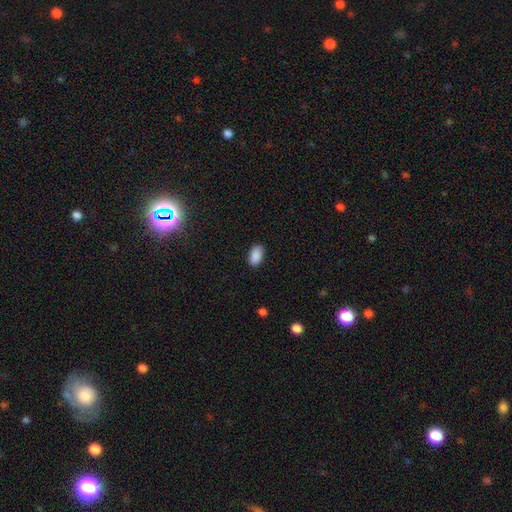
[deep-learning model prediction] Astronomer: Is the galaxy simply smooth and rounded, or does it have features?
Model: smooth — 90%.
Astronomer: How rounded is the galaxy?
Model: in between — 93%.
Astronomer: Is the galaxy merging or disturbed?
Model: none — 87%.